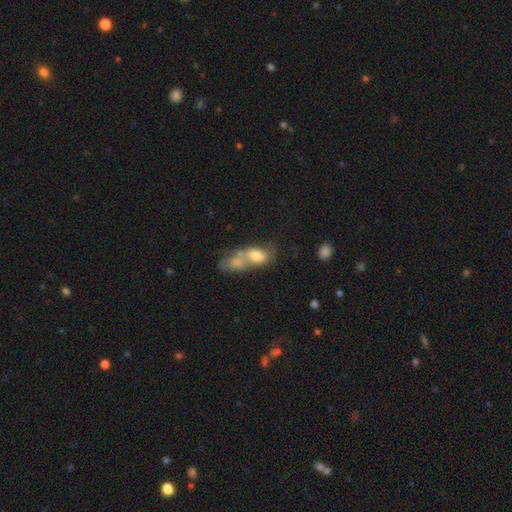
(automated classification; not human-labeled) Smooth or featured? Predicted: smooth (p=0.70). How rounded? Predicted: in between (p=0.77). Merging? Predicted: merger (p=0.67).